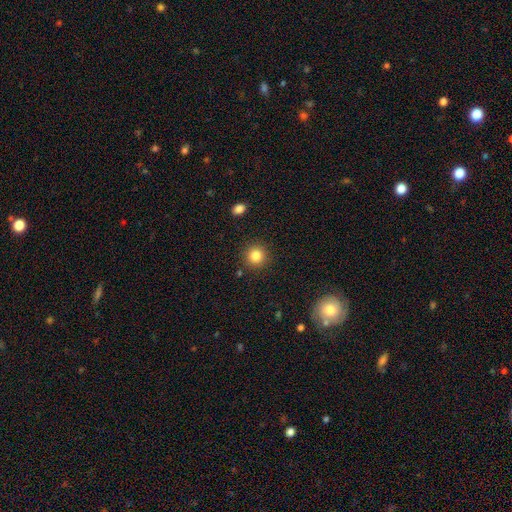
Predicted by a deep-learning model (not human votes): smooth 84%, star or artifact 11%, featured or disk 5%. Down the decision tree: how rounded — round (93%); merging — none (89%).